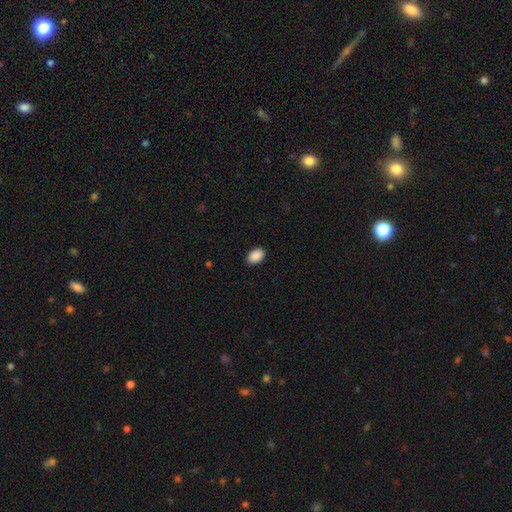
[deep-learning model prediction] Morphology: type=smooth (91%); roundness=in between (89%); merging=none (90%).